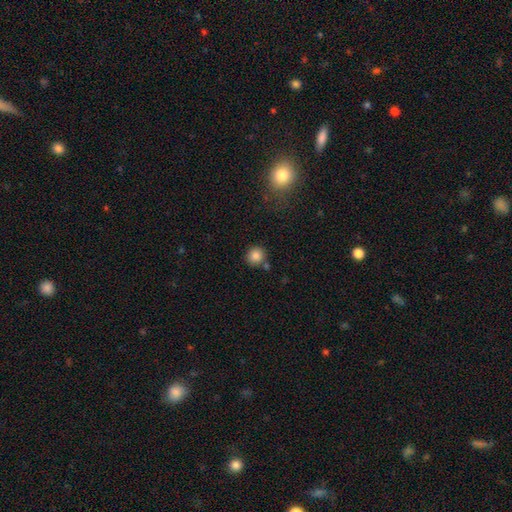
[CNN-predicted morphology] Q: Smooth or featured?
A: smooth (85%); runner-up: star or artifact (10%)
Q: How rounded?
A: round (91%); runner-up: in between (8%)
Q: Merging?
A: none (77%); runner-up: merger (10%)